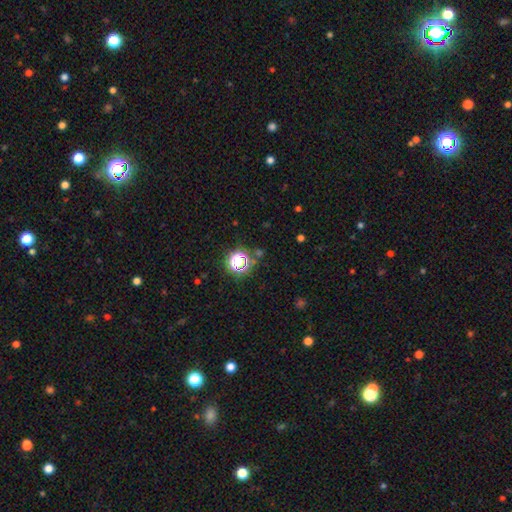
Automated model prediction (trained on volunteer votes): Q: Smooth or featured?
A: star or artifact (72%); runner-up: smooth (20%)